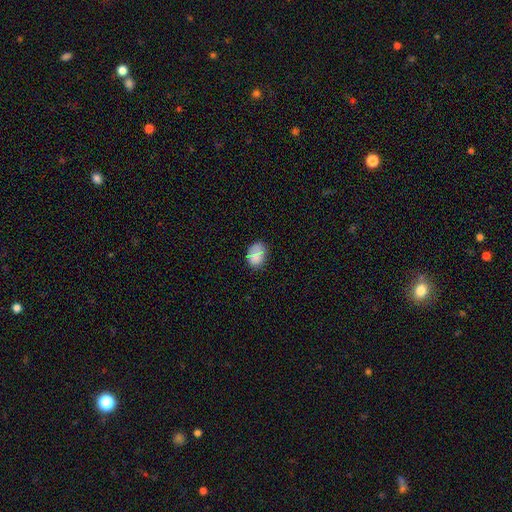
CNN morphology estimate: Smooth or featured? smooth (76%)
How rounded? in between (75%)
Merging? none (73%)